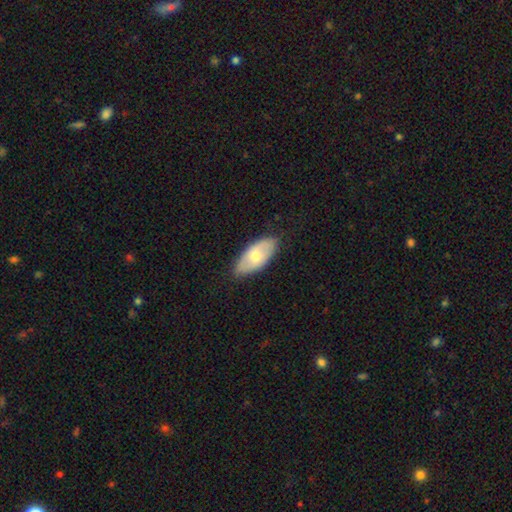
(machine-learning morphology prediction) The model was most divided on "smooth or featured": smooth: 60%, featured or disk: 35%, star or artifact: 6%. More confident: how rounded — in between (90%); merging — none (82%).